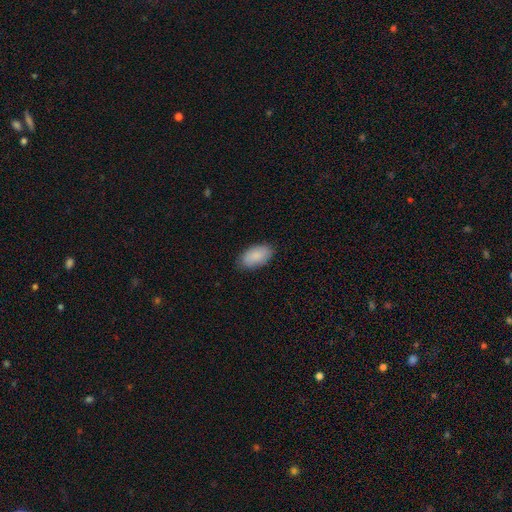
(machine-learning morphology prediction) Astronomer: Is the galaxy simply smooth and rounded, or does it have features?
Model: smooth — 88%.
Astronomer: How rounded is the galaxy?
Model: in between — 95%.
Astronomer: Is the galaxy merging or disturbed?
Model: none — 85%.